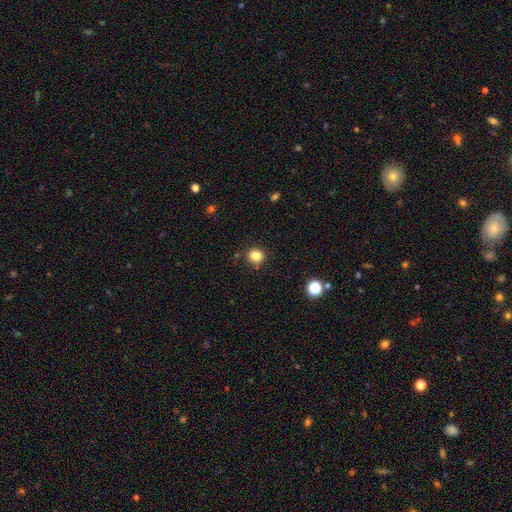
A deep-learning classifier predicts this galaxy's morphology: This is clearly a smooth galaxy (83%). How rounded: clearly round (85%). Merging: clearly none (85%).